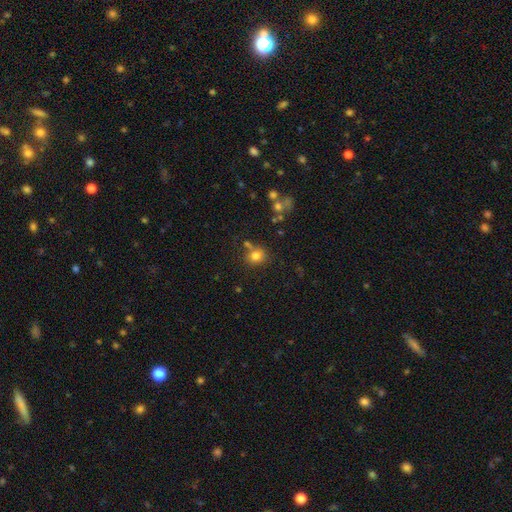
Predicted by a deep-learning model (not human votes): This is likely a smooth galaxy (78%). How rounded: likely round (79%). Merging: likely none (69%).